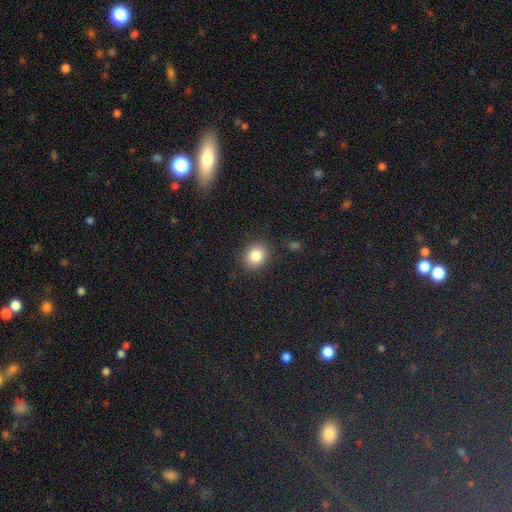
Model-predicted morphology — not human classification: Smooth or featured? smooth (85%)
How rounded? round (69%)
Merging? none (87%)